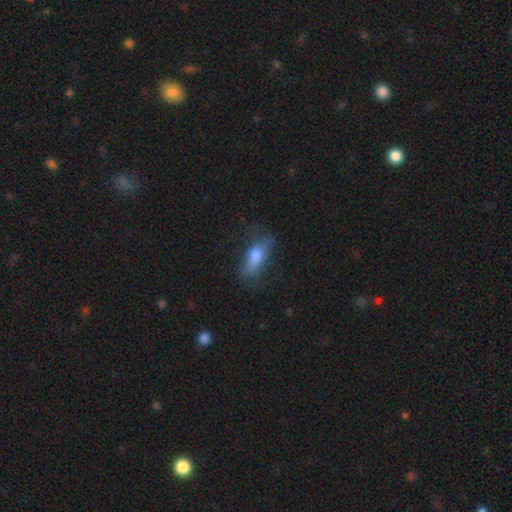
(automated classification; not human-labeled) Smooth or featured: smooth — 68% (featured or disk — 22%)
How rounded: in between — 71% (cigar-shaped — 25%)
Merging: none — 50% (minor disturbance — 29%)